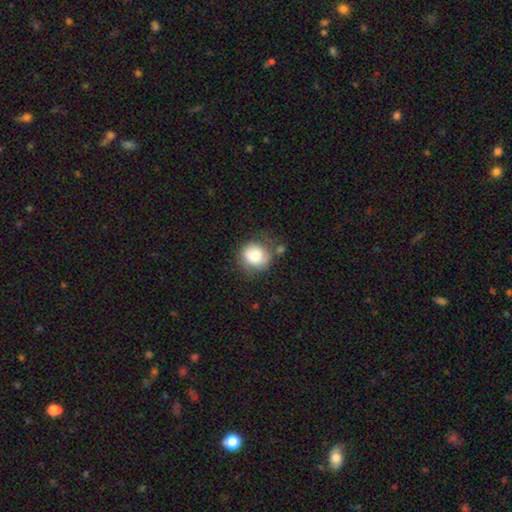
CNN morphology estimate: type=smooth (79%); roundness=round (79%); merging=none (58%).